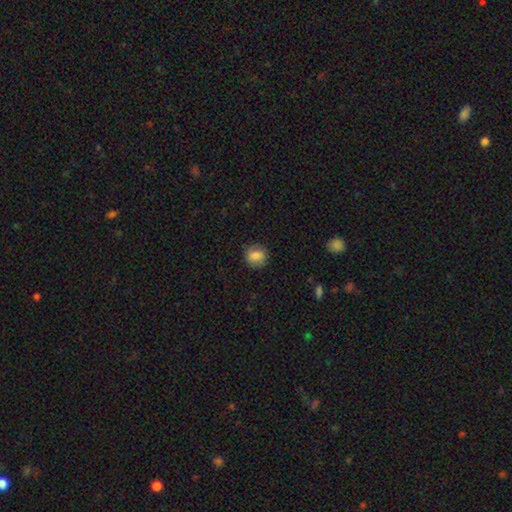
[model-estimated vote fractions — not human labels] The model was most divided on "how rounded": round: 75%, in between: 23%, cigar-shaped: 1%. More confident: smooth or featured — smooth (82%); merging — none (81%).